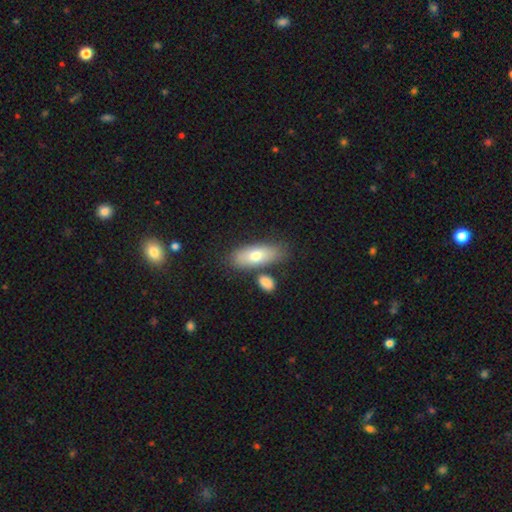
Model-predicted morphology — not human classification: Smooth or featured? Predicted: smooth (p=0.72). How rounded? Predicted: in between (p=0.74). Merging? Predicted: none (p=0.69).